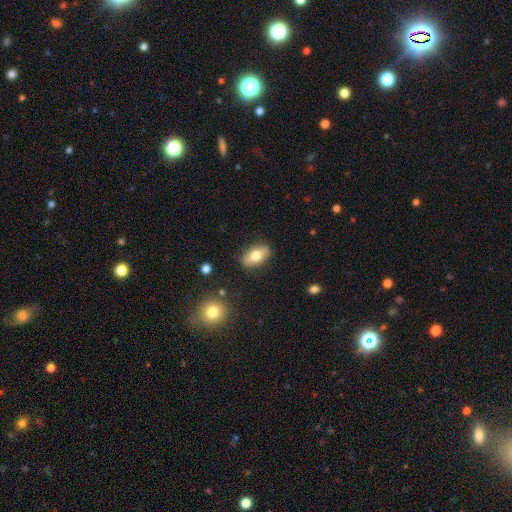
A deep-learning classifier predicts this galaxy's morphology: Smooth or featured? Predicted: smooth (p=0.68). How rounded? Predicted: in between (p=0.88). Merging? Predicted: none (p=0.84).